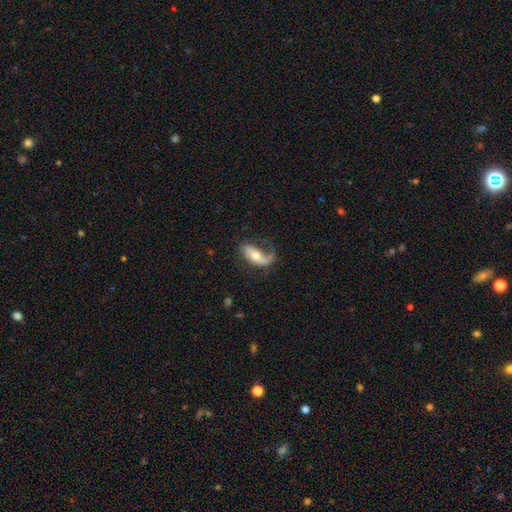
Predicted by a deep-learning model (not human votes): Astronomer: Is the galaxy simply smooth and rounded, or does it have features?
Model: featured or disk — 71%.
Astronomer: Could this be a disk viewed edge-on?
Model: no — 92%.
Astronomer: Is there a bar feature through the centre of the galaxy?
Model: no — 46% (runner-up: weak, 29%).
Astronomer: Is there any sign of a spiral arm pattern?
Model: yes — 89%.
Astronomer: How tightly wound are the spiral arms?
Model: loose — 53% (runner-up: medium, 32%).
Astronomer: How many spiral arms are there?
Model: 2 — 51% (runner-up: 1, 42%).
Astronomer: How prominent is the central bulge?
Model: moderate — 68%.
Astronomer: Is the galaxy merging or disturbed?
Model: none — 48% (runner-up: major disturbance, 27%).